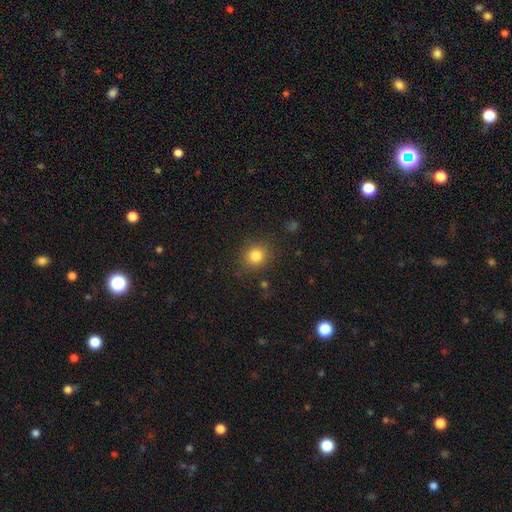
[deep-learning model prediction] Morphology: type=smooth (83%); roundness=round (84%); merging=none (86%).